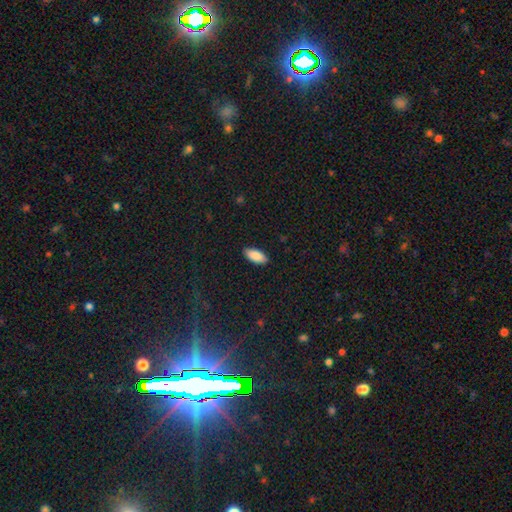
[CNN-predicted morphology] smooth-or-featured: smooth: 89% | star or artifact: 6% | featured or disk: 5%
  how-rounded: in between: 89% | cigar-shaped: 9% | round: 2%
  merging: none: 88% | minor disturbance: 9% | major disturbance: 2% | merger: 1%